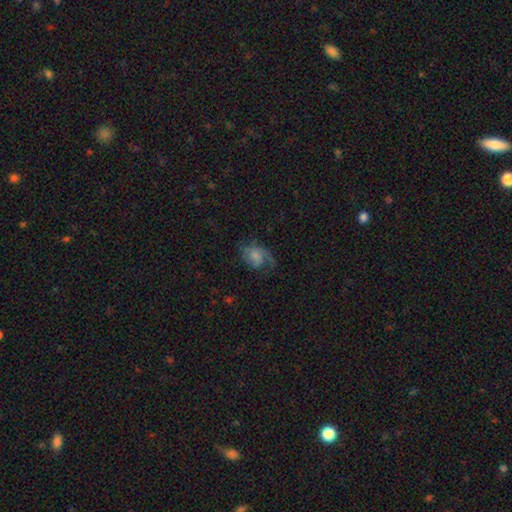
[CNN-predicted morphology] A featured or disk galaxy (46%). Merging: none (42%).